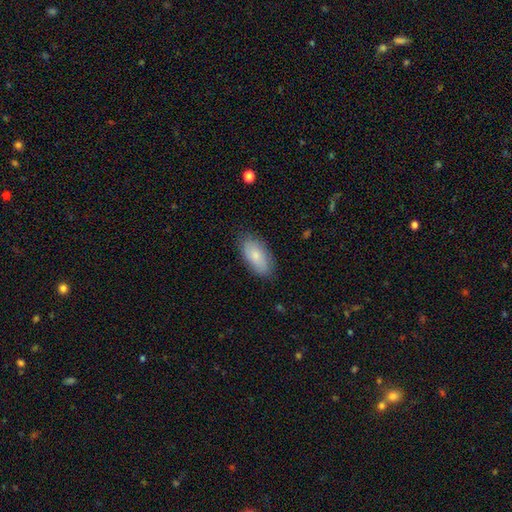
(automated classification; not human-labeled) Overall: smooth (76%). How rounded: in between (92%). Merging: none (81%).